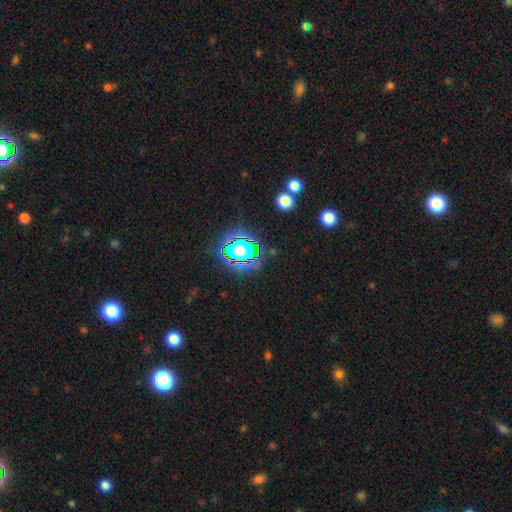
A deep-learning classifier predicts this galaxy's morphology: star or artifact 79%, smooth 13%, featured or disk 7%.